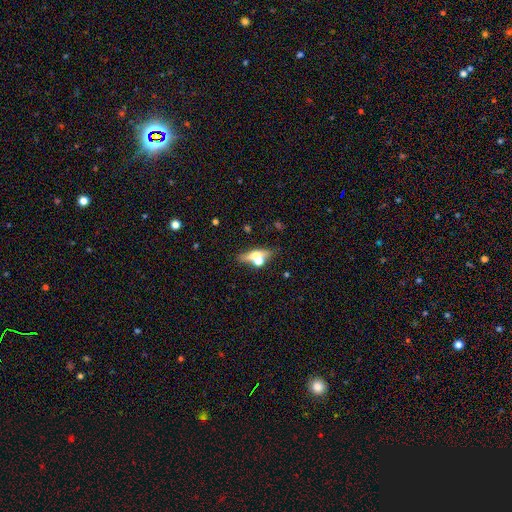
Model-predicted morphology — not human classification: Q: Smooth or featured?
A: smooth (49%); runner-up: featured or disk (41%)
Q: Merging?
A: none (55%); runner-up: merger (26%)